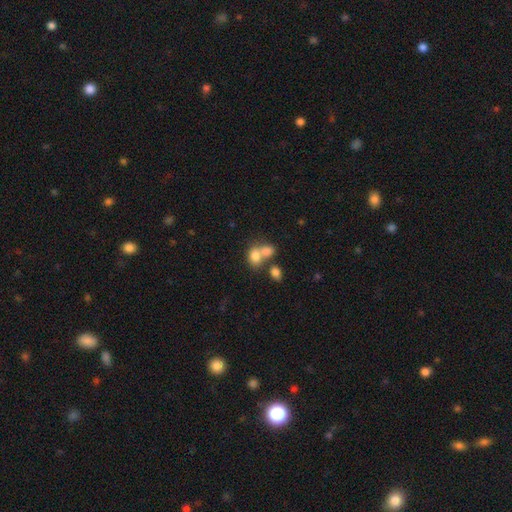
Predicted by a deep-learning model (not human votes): Smooth or featured?
  - smooth: 77% *
  - featured or disk: 12%
  - star or artifact: 11%
How rounded?
  - in between: 56% *
  - round: 42%
  - cigar-shaped: 1%
Merging?
  - merger: 57% *
  - none: 30%
  - minor disturbance: 8%
  - major disturbance: 5%